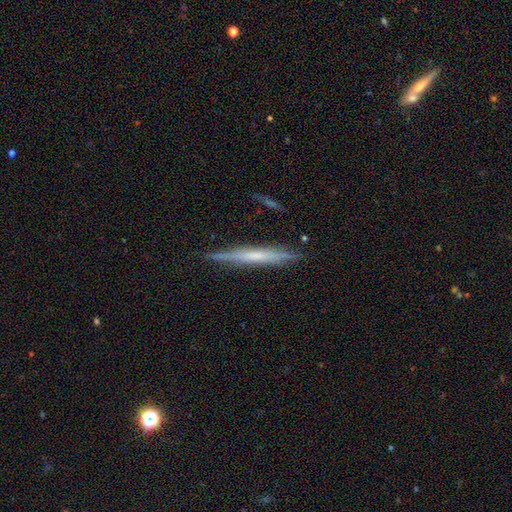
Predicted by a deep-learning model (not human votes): Overall: featured or disk (52%; smooth 42%). Edge-on disk: yes (96%). Edge-on bulge: none (72%). Merging: none (85%).